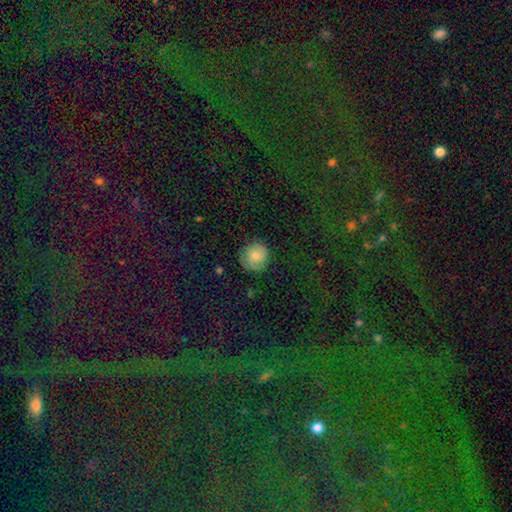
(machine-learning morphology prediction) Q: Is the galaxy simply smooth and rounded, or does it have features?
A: smooth — 77%.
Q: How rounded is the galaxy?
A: round — 88%.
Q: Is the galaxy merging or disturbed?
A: none — 78%.